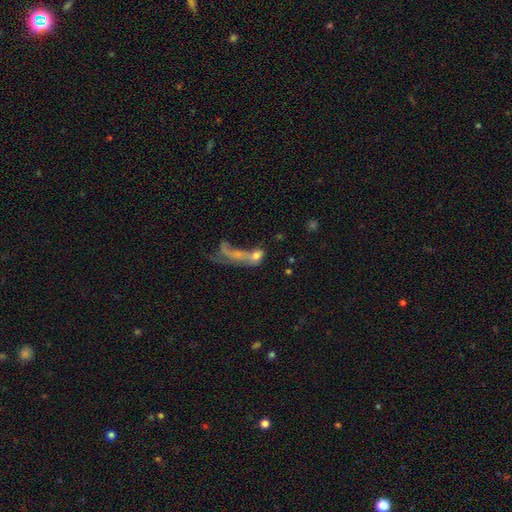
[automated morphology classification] Smooth or featured?
  - smooth: 53% *
  - featured or disk: 32%
  - star or artifact: 15%
How rounded?
  - in between: 57% *
  - round: 22%
  - cigar-shaped: 21%
Merging?
  - merger: 51% *
  - major disturbance: 26%
  - none: 16%
  - minor disturbance: 7%